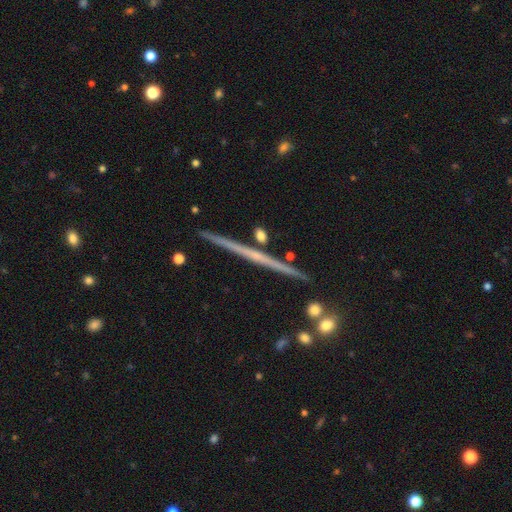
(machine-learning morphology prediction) featured or disk 72%, smooth 21%, star or artifact 7%. Down the decision tree: edge-on disk — yes (98%); edge-on bulge — none (76%); merging — none (90%).